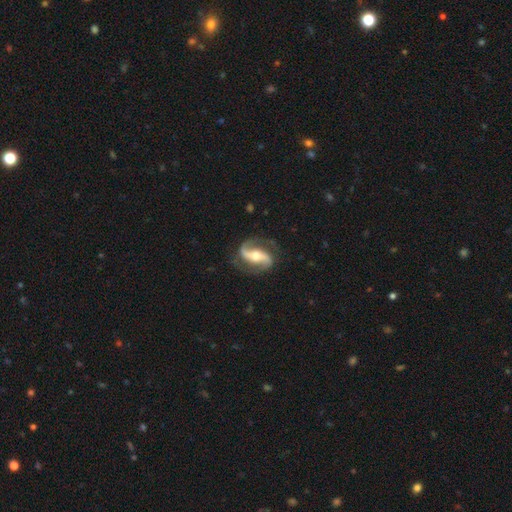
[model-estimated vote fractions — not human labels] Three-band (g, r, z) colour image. It shows a featured or disk galaxy (88%) with a strong bar (48%), 2 (93%) medium (44%) spiral arms (96%) and a moderate central bulge (64%). Merging: none (78%).